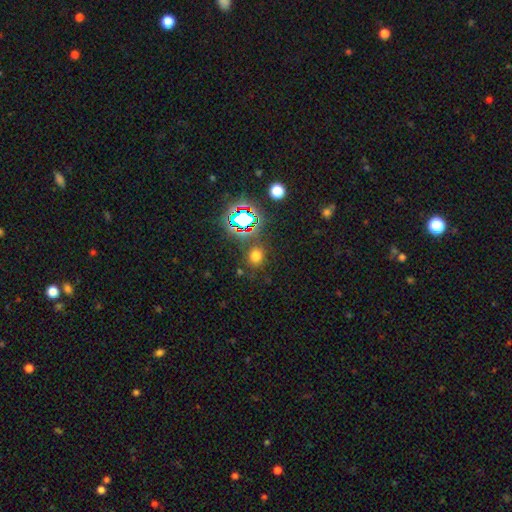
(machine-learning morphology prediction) Smooth or featured? smooth (63%)
How rounded? round (76%)
Merging? none (80%)